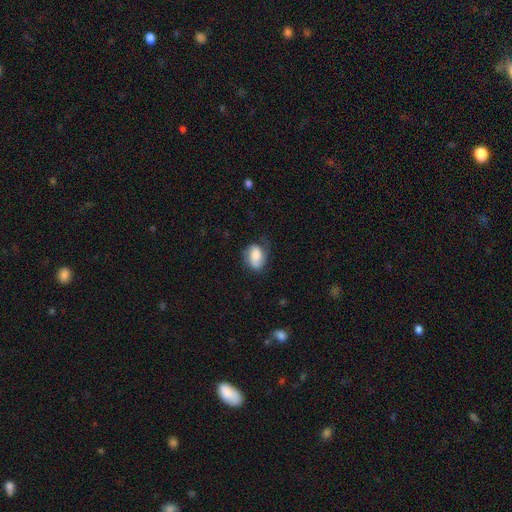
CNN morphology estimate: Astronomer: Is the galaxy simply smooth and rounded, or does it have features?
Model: smooth — 66%.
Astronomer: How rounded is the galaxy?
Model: in between — 80%.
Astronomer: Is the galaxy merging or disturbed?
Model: none — 53% (runner-up: minor disturbance, 31%).